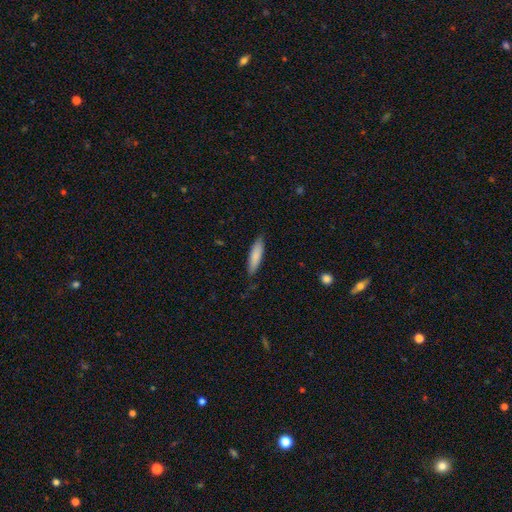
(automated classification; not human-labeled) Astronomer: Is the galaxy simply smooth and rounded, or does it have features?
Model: smooth — 84%.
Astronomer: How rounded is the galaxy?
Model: cigar-shaped — 66%.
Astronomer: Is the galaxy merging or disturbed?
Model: none — 83%.